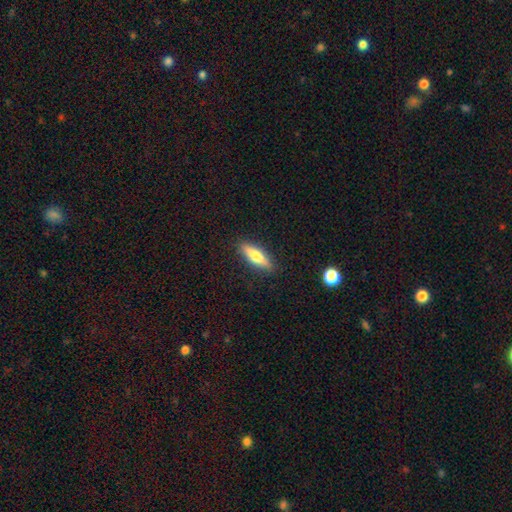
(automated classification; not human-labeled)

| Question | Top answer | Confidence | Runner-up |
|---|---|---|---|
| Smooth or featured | smooth | 64% | featured or disk (30%) |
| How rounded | cigar-shaped | 61% | in between (37%) |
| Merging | none | 89% | minor disturbance (8%) |